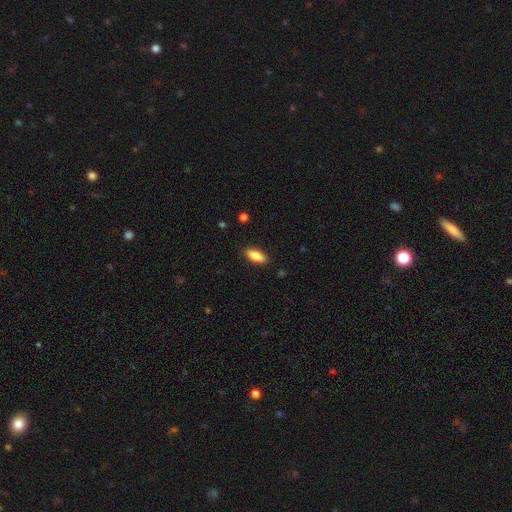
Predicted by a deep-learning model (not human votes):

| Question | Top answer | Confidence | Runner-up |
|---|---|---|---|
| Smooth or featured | smooth | 84% | featured or disk (10%) |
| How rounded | in between | 75% | cigar-shaped (23%) |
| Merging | none | 88% | minor disturbance (9%) |